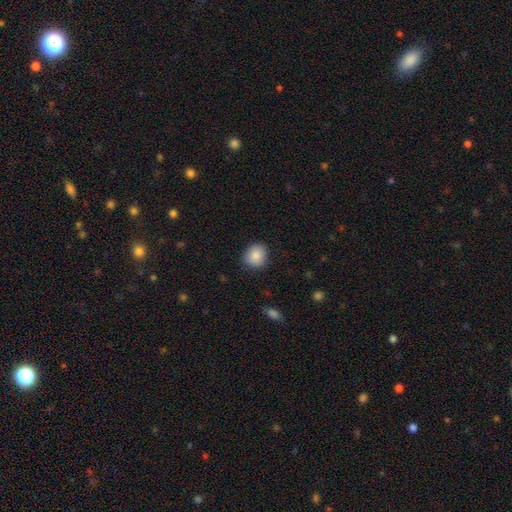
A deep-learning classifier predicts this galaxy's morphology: type=smooth (87%); roundness=round (73%); merging=none (83%).